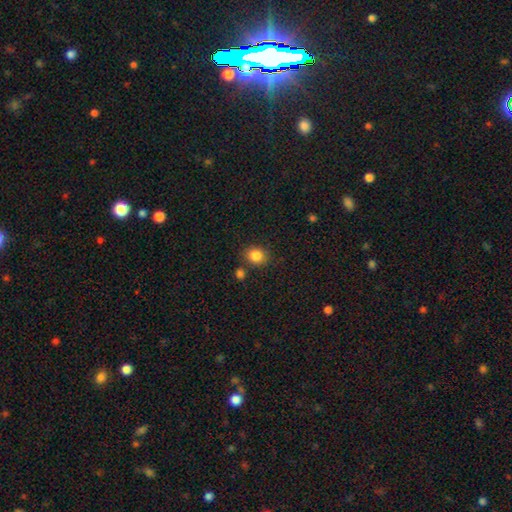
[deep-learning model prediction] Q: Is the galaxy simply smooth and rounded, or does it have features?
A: smooth — 85%.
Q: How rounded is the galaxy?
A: round — 67%.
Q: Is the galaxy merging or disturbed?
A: none — 78%.